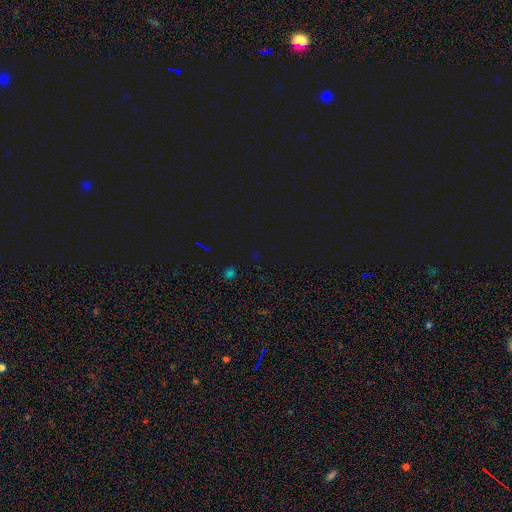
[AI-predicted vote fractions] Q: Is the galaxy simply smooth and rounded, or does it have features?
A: star or artifact — 71%.